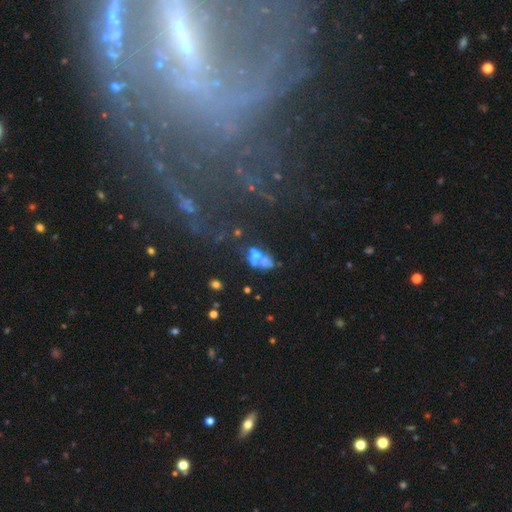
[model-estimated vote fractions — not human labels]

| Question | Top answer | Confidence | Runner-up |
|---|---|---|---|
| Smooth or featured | featured or disk | 40% | smooth (39%) |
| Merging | merger | 53% | none (22%) |